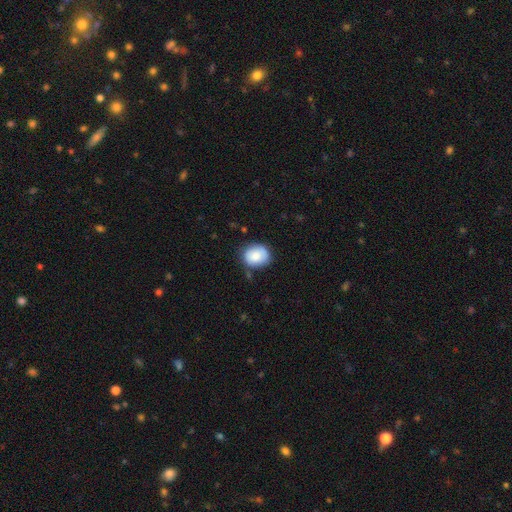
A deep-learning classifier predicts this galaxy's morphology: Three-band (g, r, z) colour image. It shows a smooth galaxy with no disk features (83%) that is round (60%). Merging: none (70%).